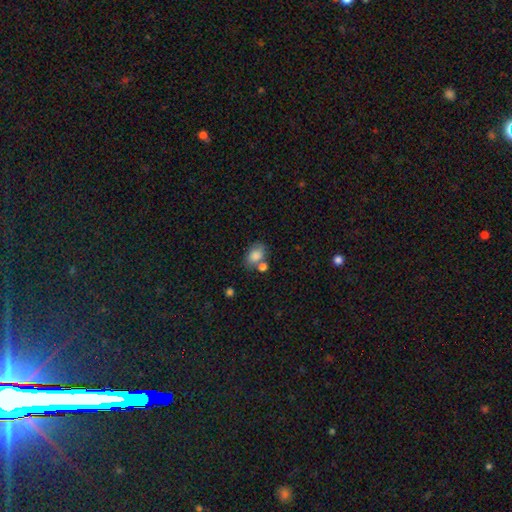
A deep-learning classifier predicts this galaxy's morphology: Smooth or featured: smooth — 83% (star or artifact — 9%)
How rounded: in between — 80% (round — 18%)
Merging: none — 54% (merger — 23%)